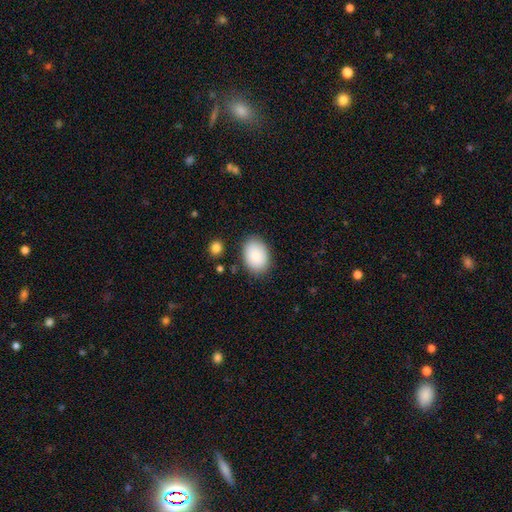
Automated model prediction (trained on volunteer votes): A smooth galaxy with no disk features (87%) that is in between round and cigar-shaped (82%).

Vote fractions:
- Smooth or featured? smooth: 87% / star or artifact: 6% / featured or disk: 6%
- How rounded? in between: 82% / round: 17% / cigar-shaped: 1%
- Merging? none: 84% / minor disturbance: 11% / major disturbance: 3% / merger: 2%